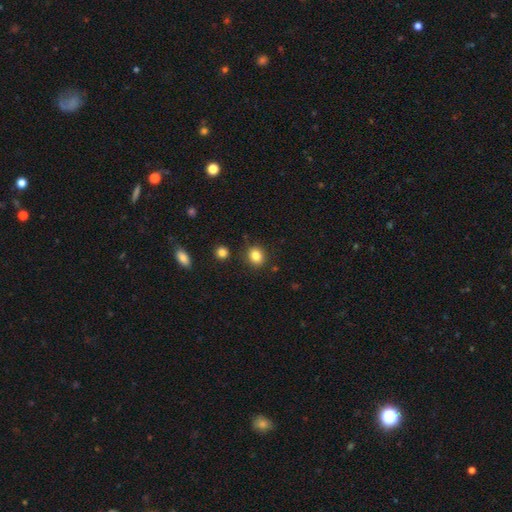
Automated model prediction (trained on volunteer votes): Morphology: type=smooth (84%); roundness=round (68%); merging=none (86%).